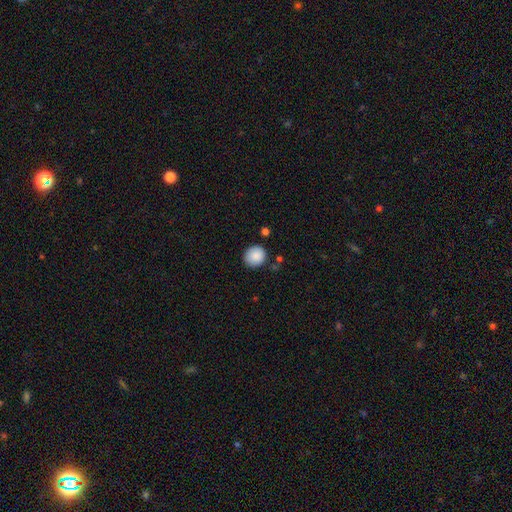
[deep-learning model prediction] This appears to be a smooth galaxy with no disk features (88%) that is round (86%). Merging: none (85%).